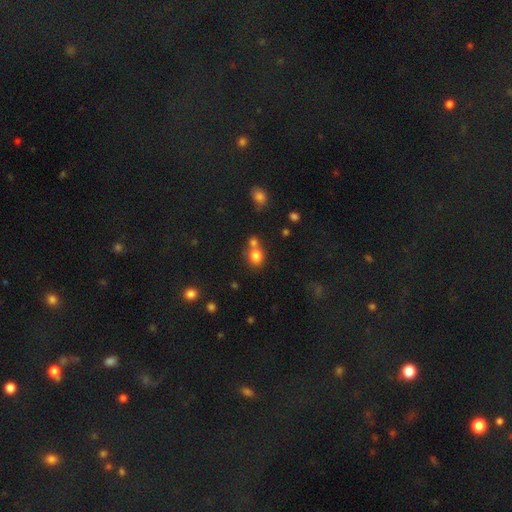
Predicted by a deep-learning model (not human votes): The model was most divided on "merging": none: 48%, merger: 39%, minor disturbance: 10%, major disturbance: 4%. More confident: smooth or featured — smooth (80%); how rounded — round (66%).